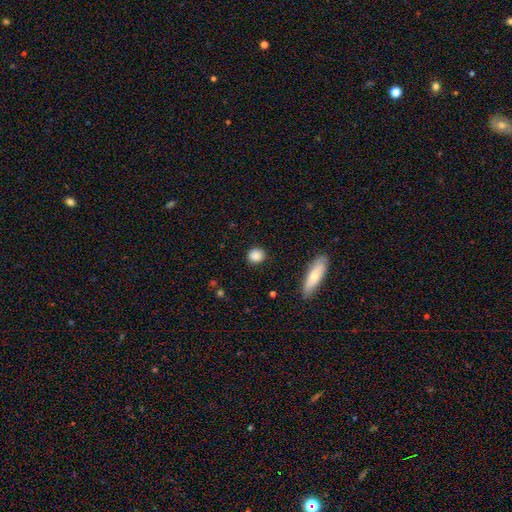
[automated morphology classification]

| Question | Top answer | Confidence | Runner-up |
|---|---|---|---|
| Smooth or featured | smooth | 85% | star or artifact (9%) |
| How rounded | round | 76% | in between (22%) |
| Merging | none | 87% | minor disturbance (9%) |